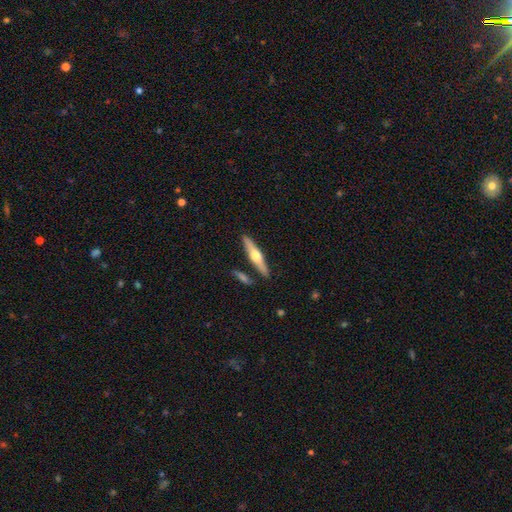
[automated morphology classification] A featured or disk galaxy (60%) viewed edge-on (95%) with a rounded central bulge (94%). Merging: none (85%).